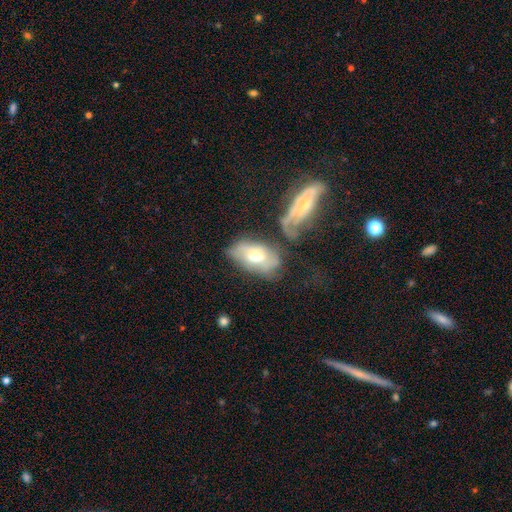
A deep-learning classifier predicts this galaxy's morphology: This is possibly a smooth galaxy (50%). How rounded: clearly in between (90%). Merging: marginally none (42%).